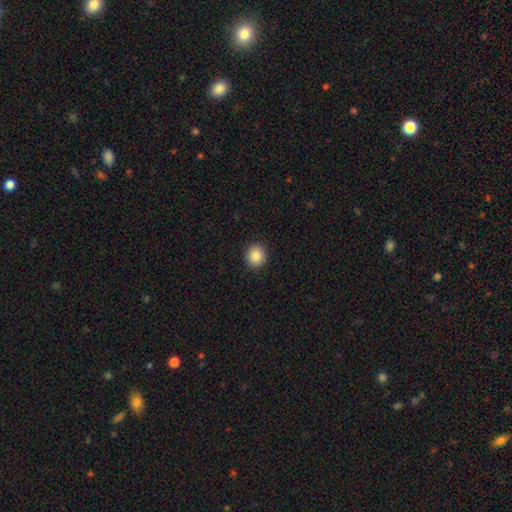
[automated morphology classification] type=smooth (87%); roundness=round (84%); merging=none (92%).